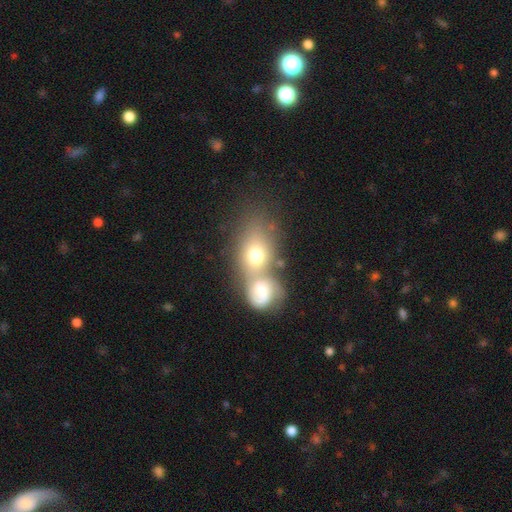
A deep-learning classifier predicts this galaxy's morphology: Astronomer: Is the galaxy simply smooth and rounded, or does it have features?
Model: smooth — 61%.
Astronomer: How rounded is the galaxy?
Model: in between — 58% (runner-up: round, 40%).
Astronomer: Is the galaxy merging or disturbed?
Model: merger — 71%.